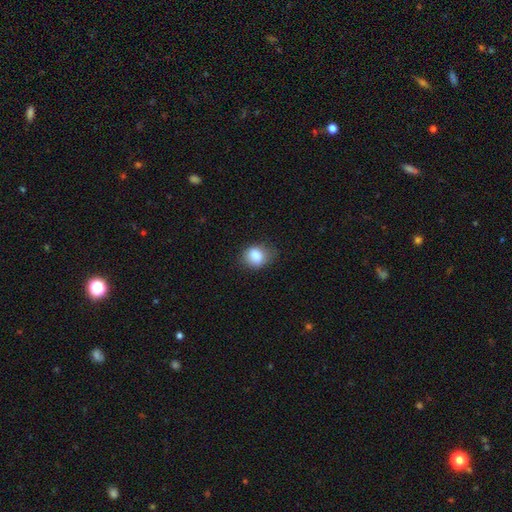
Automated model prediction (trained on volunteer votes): This is clearly a smooth galaxy (85%). How rounded: possibly round (54%). Merging: likely none (64%).